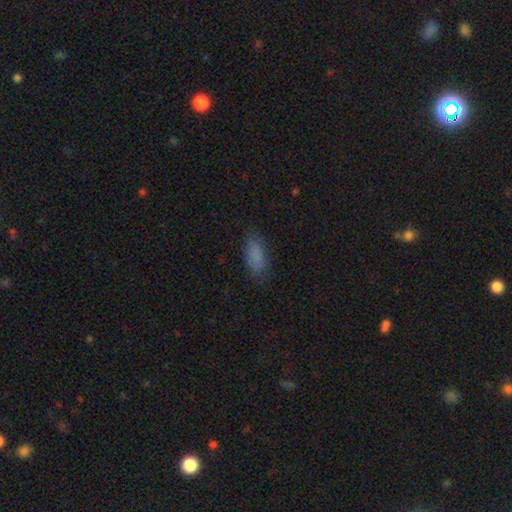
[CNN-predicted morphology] Smooth or featured?
  - smooth: 85% *
  - star or artifact: 9%
  - featured or disk: 7%
How rounded?
  - in between: 82% *
  - cigar-shaped: 15%
  - round: 3%
Merging?
  - none: 78% *
  - minor disturbance: 16%
  - major disturbance: 5%
  - merger: 1%